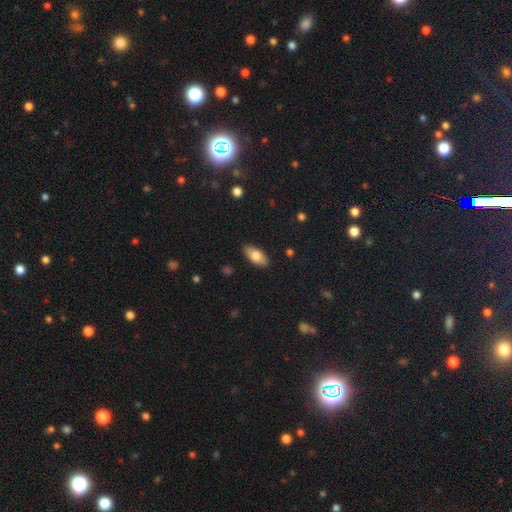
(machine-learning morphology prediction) Overall: smooth (75%). How rounded: in between (86%). Merging: none (89%).